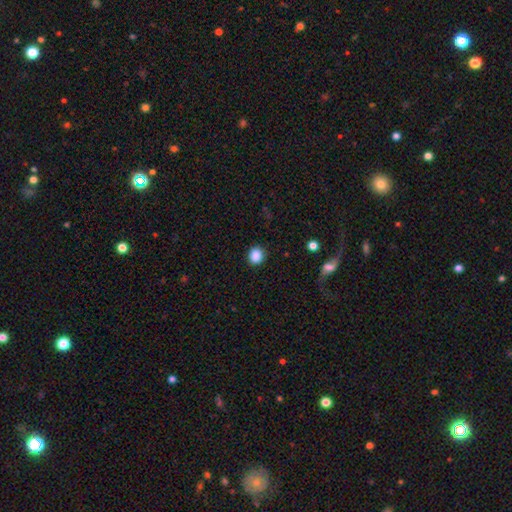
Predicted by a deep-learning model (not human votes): The model was most divided on "how rounded": round: 76%, in between: 23%, cigar-shaped: 1%. More confident: merging — none (88%); smooth or featured — smooth (88%).